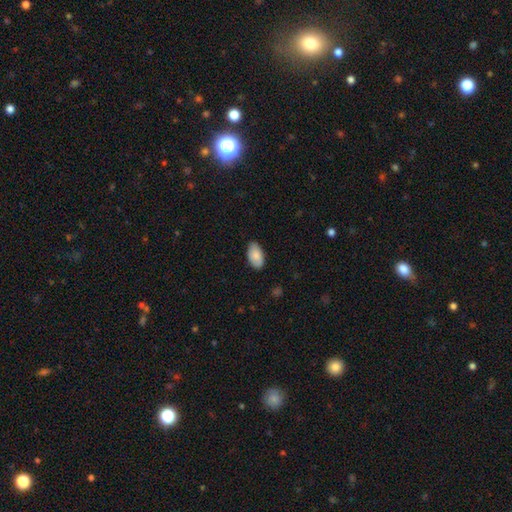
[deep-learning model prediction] The model was most divided on "merging": none: 83%, minor disturbance: 14%, major disturbance: 2%, merger: 1%. More confident: how rounded — in between (95%); smooth or featured — smooth (85%).